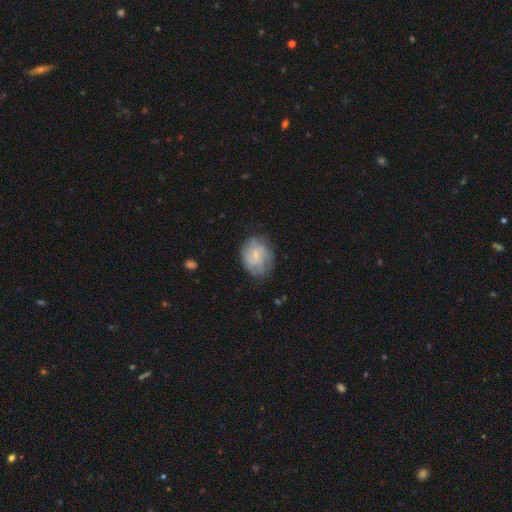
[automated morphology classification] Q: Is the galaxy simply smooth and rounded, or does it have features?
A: featured or disk — 62%.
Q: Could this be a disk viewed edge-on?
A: no — 98%.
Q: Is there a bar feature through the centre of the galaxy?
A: no — 53%.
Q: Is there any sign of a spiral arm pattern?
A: yes — 87%.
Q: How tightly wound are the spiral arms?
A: tight — 49%.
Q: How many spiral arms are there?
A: can't tell — 42%.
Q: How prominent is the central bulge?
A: small — 67%.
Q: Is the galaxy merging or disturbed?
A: none — 73%.